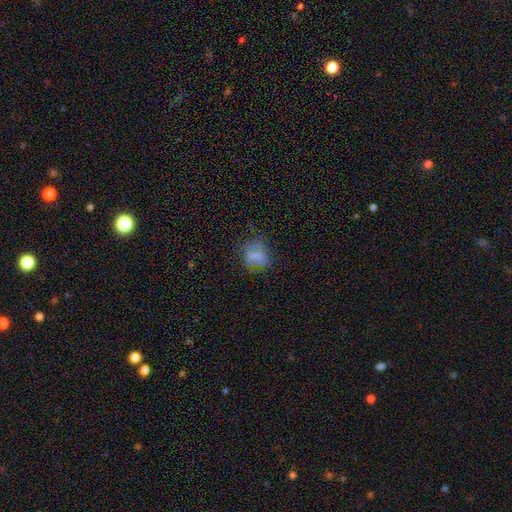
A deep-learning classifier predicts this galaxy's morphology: smooth-or-featured: smooth: 58% | star or artifact: 21% | featured or disk: 21%
  how-rounded: round: 60% | in between: 38% | cigar-shaped: 2%
  merging: none: 61% | minor disturbance: 21% | major disturbance: 16% | merger: 2%